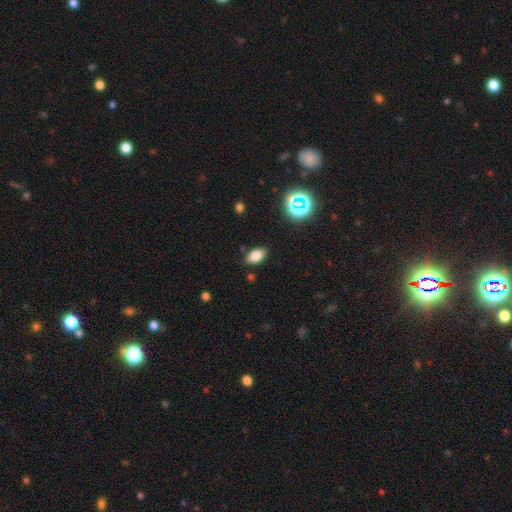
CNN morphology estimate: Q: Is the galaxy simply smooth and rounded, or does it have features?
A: smooth — 80%.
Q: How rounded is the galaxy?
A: in between — 90%.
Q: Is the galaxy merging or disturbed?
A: none — 86%.